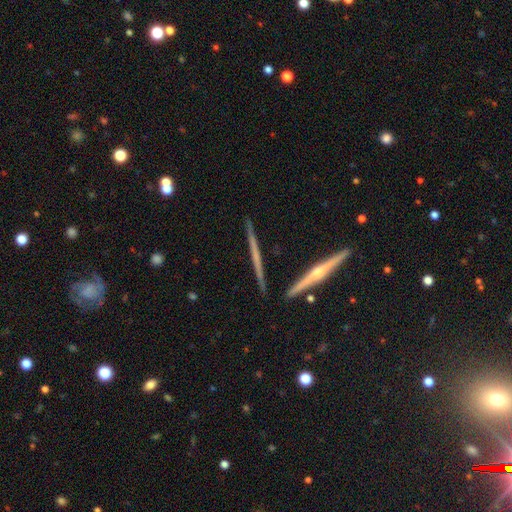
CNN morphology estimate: This appears to be a featured or disk galaxy (73%) viewed edge-on (98%) with no central bulge (56%). Merging: none (88%).